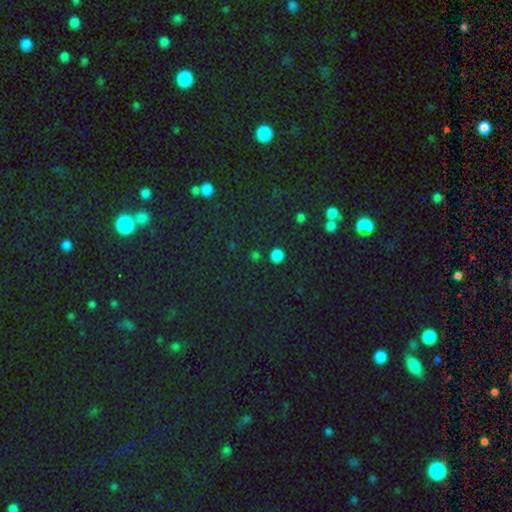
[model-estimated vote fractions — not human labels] This appears to be a smooth galaxy with no disk features (60%) that is round (77%). Merging: none (82%).